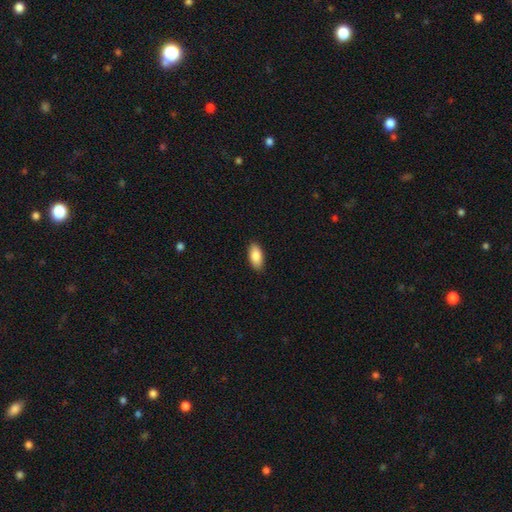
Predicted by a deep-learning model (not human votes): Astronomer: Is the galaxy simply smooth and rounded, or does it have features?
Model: smooth — 86%.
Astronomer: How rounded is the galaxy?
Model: in between — 91%.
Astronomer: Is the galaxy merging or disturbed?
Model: none — 89%.